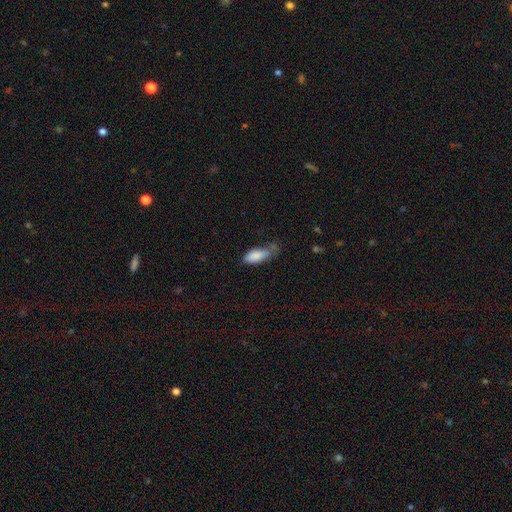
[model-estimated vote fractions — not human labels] Overall: smooth (85%). How rounded: in between (77%). Merging: none (39%, tied with minor disturbance).